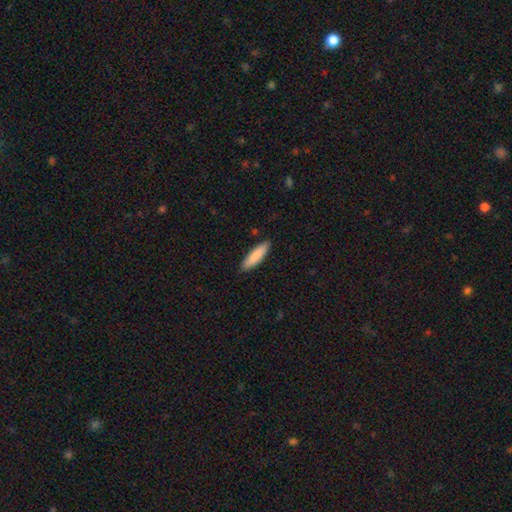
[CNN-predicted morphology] A smooth galaxy with no disk features (87%) that is cigar-shaped (70%).

Vote fractions:
- Smooth or featured? smooth: 87% / featured or disk: 8% / star or artifact: 5%
- How rounded? cigar-shaped: 70% / in between: 29% / round: 1%
- Merging? none: 89% / minor disturbance: 8% / major disturbance: 2% / merger: 1%